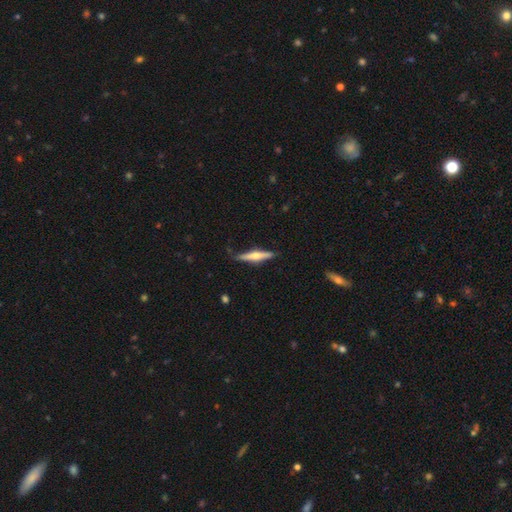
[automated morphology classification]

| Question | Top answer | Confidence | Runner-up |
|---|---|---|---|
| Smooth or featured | featured or disk | 60% | smooth (35%) |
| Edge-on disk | yes | 96% | no (4%) |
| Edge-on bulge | rounded | 88% | none (6%) |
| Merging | none | 77% | minor disturbance (18%) |